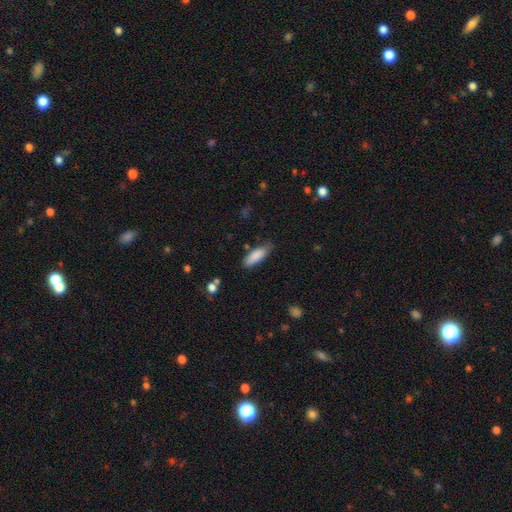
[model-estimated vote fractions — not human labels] smooth_or_featured: smooth (p=0.87) [alt: featured or disk p=0.07]
how_rounded: in between (p=0.64) [alt: cigar-shaped p=0.35]
merging: none (p=0.72) [alt: minor disturbance p=0.22]